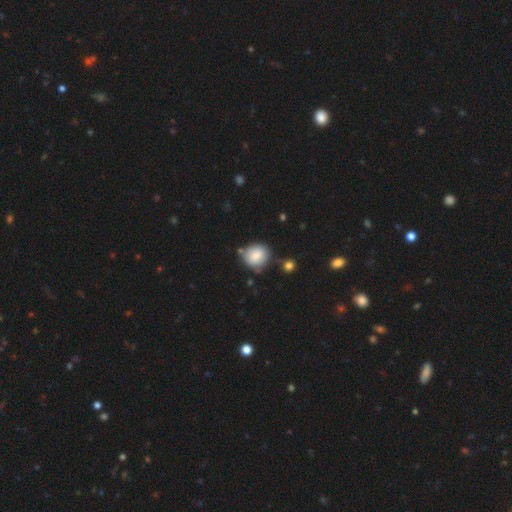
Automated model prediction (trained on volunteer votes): Smooth or featured? Predicted: smooth (p=0.85). How rounded? Predicted: round (p=0.81). Merging? Predicted: none (p=0.71).